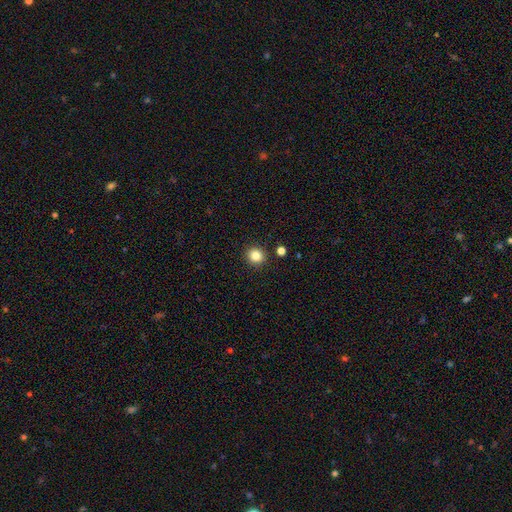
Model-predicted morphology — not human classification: The model was most divided on "smooth or featured": smooth: 83%, star or artifact: 12%, featured or disk: 5%. More confident: how rounded — round (92%); merging — none (91%).